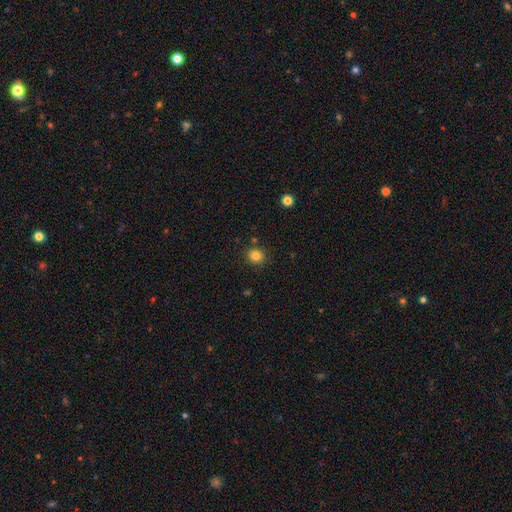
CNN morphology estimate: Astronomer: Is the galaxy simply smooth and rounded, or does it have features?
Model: smooth — 83%.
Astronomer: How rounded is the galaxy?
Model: round — 88%.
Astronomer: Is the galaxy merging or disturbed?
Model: none — 88%.